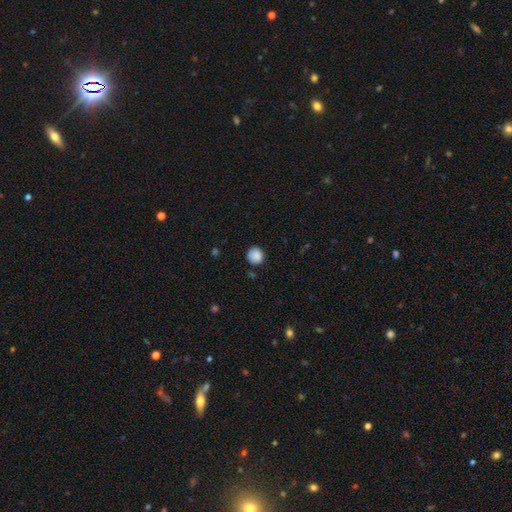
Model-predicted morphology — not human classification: A smooth galaxy with no disk features (87%) that is round (89%). Merging: none (81%).